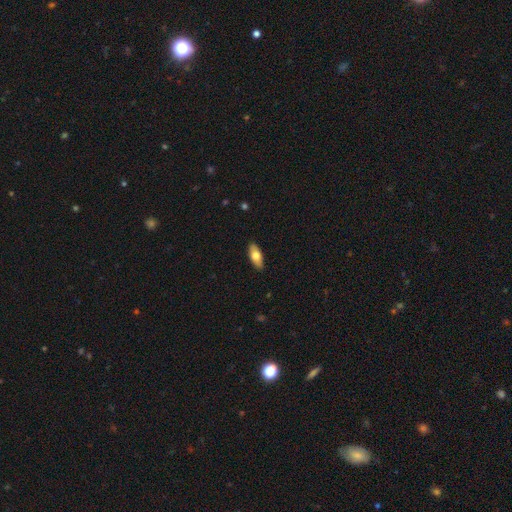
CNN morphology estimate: Smooth or featured: smooth — 72% (featured or disk — 23%)
How rounded: in between — 81% (cigar-shaped — 16%)
Merging: none — 89% (minor disturbance — 8%)